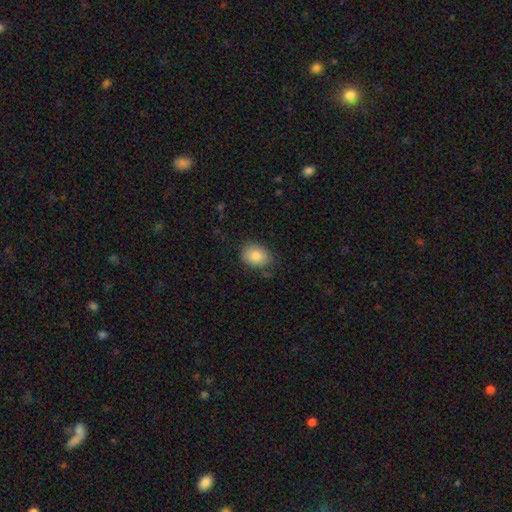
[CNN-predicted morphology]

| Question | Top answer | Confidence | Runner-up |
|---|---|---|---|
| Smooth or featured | smooth | 84% | featured or disk (8%) |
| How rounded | in between | 65% | round (35%) |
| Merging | none | 78% | minor disturbance (17%) |